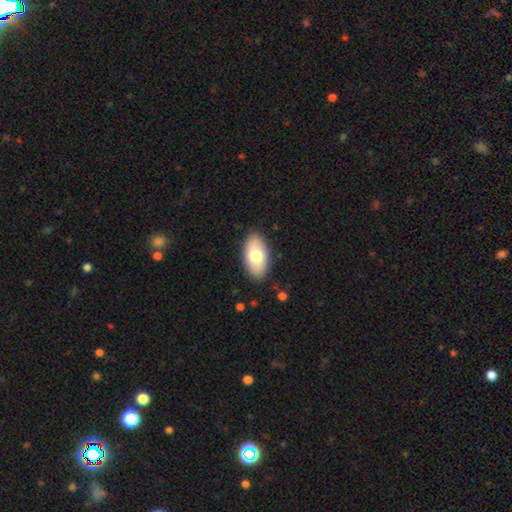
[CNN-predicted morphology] The model was most divided on "smooth or featured": smooth: 75%, featured or disk: 19%, star or artifact: 6%. More confident: how rounded — in between (94%); merging — none (87%).